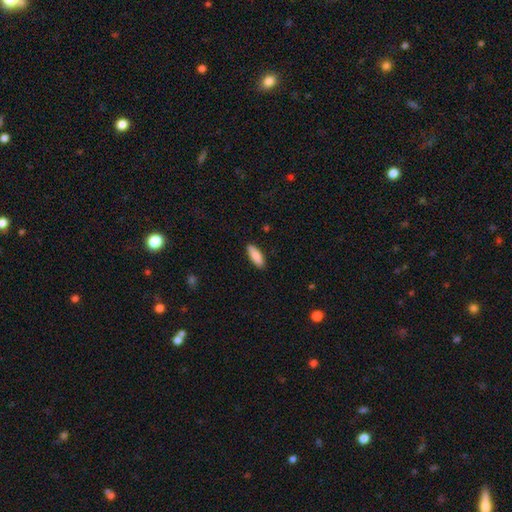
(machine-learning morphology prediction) Overall: smooth (87%). How rounded: in between (62%; cigar-shaped 37%). Merging: none (88%).